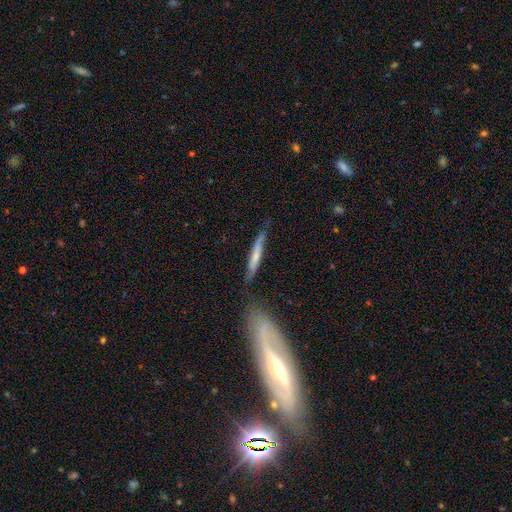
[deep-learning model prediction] Overall: smooth (54%; featured or disk 40%). How rounded: cigar-shaped (93%). Merging: none (63%).